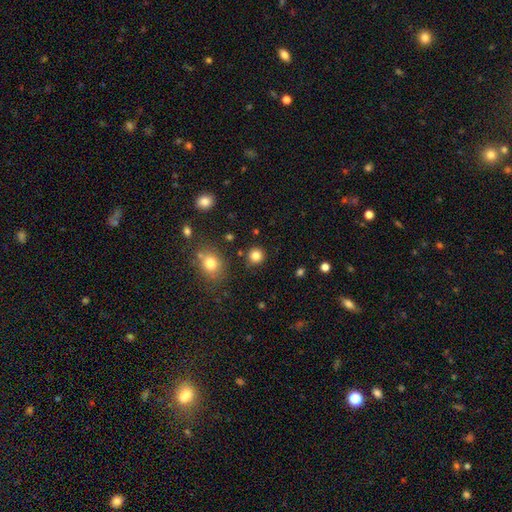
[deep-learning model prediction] A smooth galaxy with no disk features (83%) that is round (92%). Merging: none (87%).